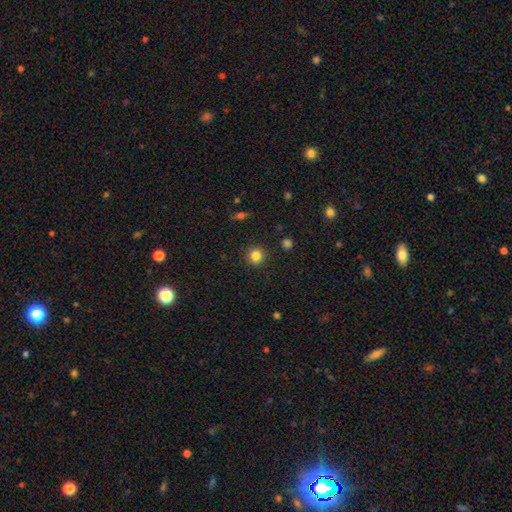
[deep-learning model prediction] A smooth galaxy with no disk features (83%) that is round (92%). Merging: none (91%).